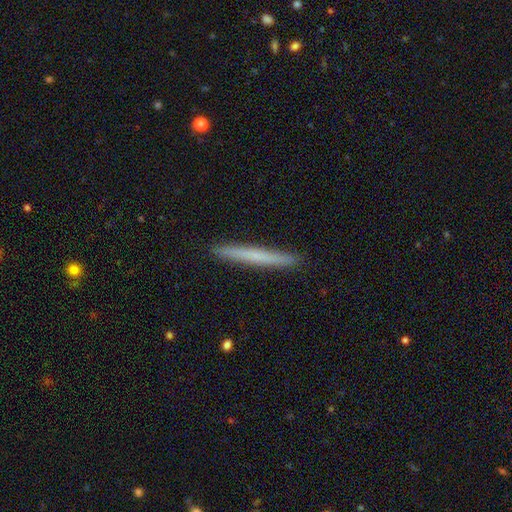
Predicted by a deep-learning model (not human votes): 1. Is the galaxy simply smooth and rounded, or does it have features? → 59% smooth, 35% featured or disk, 6% star or artifact.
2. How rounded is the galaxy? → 97% cigar-shaped, 2% in between, 1% round.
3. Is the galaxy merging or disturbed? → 93% none, 5% minor disturbance, 1% major disturbance, 1% merger.